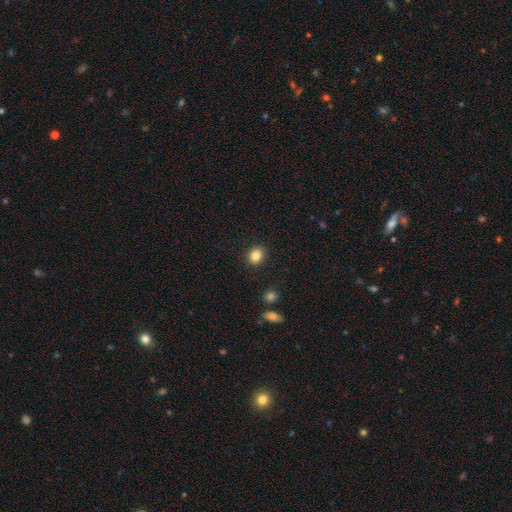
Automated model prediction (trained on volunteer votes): This appears to be a smooth galaxy with no disk features (84%) that is round (61%). Merging: none (90%).